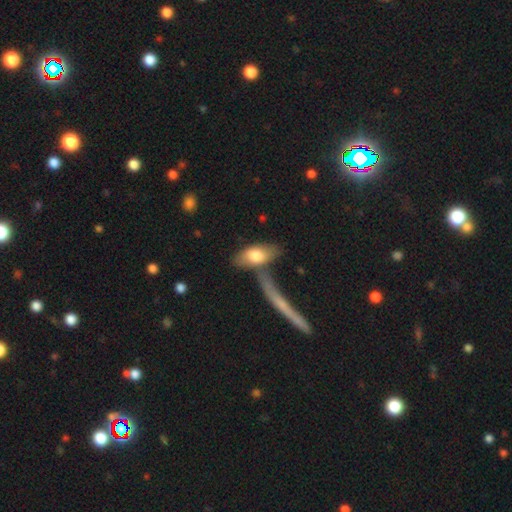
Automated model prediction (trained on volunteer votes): smooth-or-featured: smooth: 72% | featured or disk: 23% | star or artifact: 6%
  how-rounded: in between: 78% | cigar-shaped: 18% | round: 4%
  merging: none: 50% | merger: 25% | minor disturbance: 17% | major disturbance: 8%